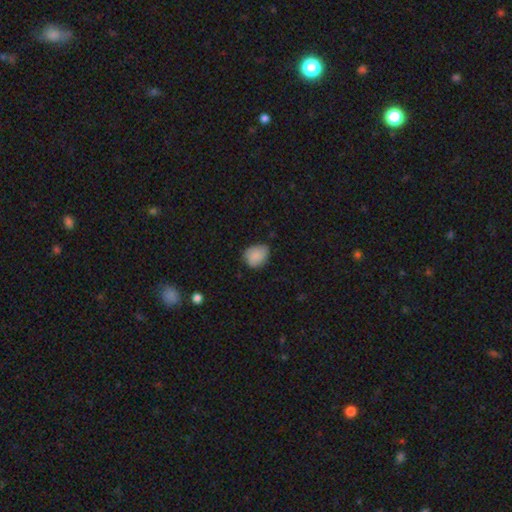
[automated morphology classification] smooth_or_featured: smooth (p=0.84) [alt: star or artifact p=0.08]
how_rounded: in between (p=0.51) [alt: round p=0.48]
merging: none (p=0.60) [alt: minor disturbance p=0.33]